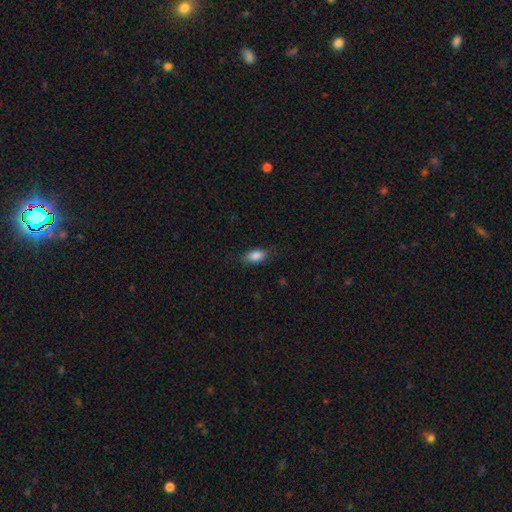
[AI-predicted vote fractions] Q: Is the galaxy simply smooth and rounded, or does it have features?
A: smooth — 86%.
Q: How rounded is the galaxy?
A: in between — 87%.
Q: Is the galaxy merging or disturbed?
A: none — 80%.